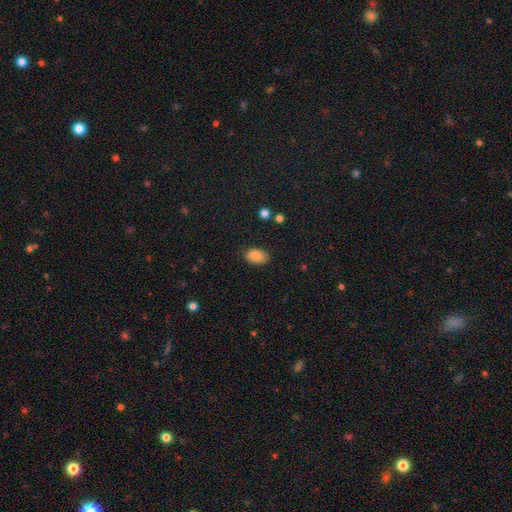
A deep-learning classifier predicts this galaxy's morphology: smooth_or_featured: smooth (p=0.86) [alt: star or artifact p=0.08]
how_rounded: in between (p=0.90) [alt: round p=0.09]
merging: none (p=0.81) [alt: minor disturbance p=0.14]